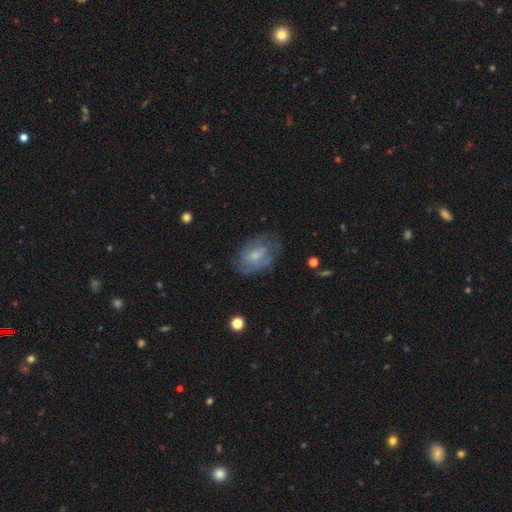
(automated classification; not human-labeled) This appears to be a smooth galaxy with no disk features (46%). Merging: none (59%).